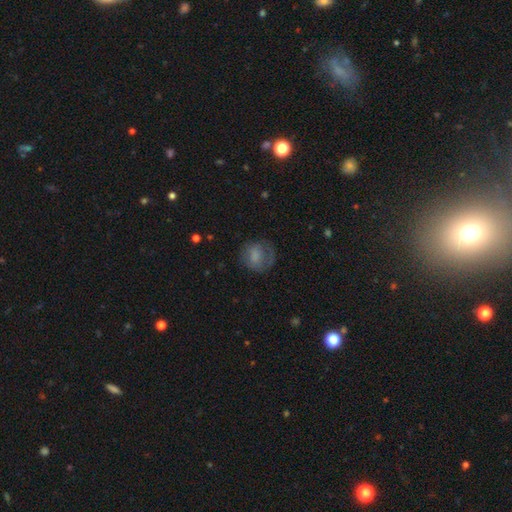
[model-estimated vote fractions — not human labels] This appears to be a smooth galaxy with no disk features (63%) that is round (74%). Merging: none (55%).